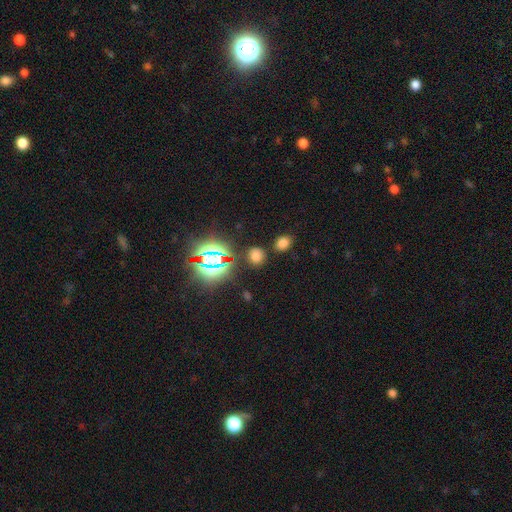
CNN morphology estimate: type=smooth (64%); roundness=round (64%); merging=none (81%).